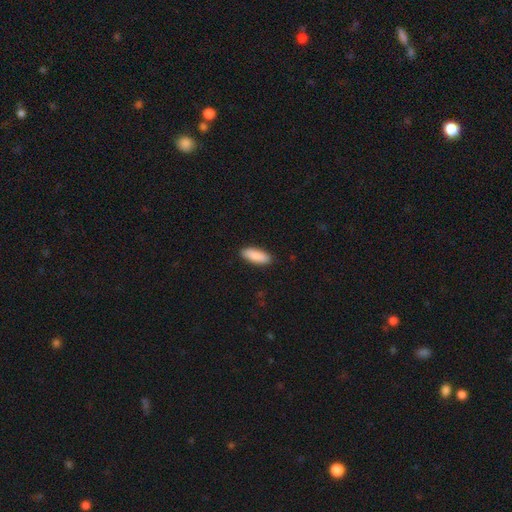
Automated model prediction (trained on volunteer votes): Smooth or featured? smooth (90%)
How rounded? in between (69%)
Merging? none (90%)